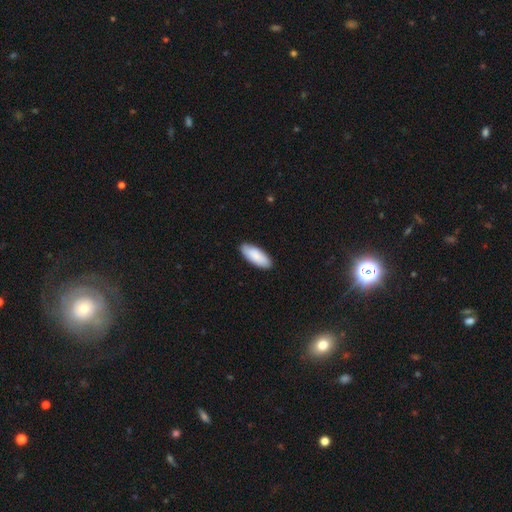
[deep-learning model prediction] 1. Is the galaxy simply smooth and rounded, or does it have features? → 86% smooth, 9% featured or disk, 5% star or artifact.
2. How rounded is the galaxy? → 78% in between, 20% cigar-shaped, 2% round.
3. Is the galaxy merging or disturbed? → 88% none, 10% minor disturbance, 2% major disturbance, 1% merger.